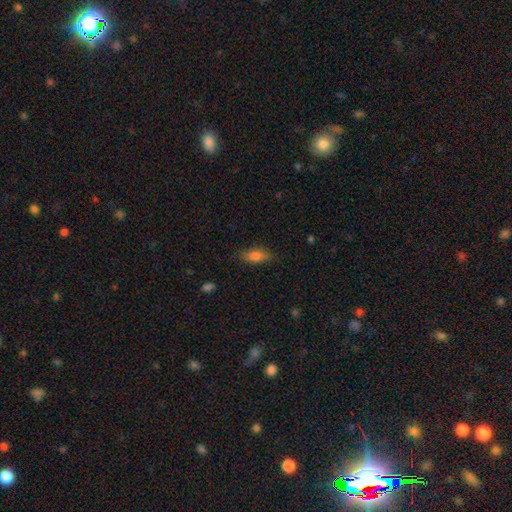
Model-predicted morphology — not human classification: A smooth galaxy with no disk features (80%) that is in between round and cigar-shaped (79%). Merging: none (79%).